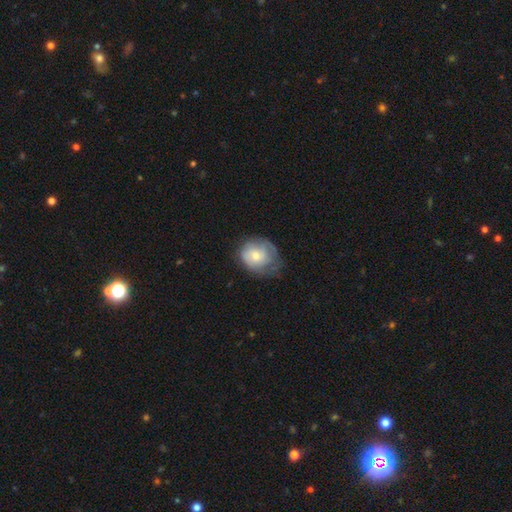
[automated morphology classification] Overall: smooth (53%; featured or disk 41%). How rounded: round (61%; in between 38%). Merging: none (45%; minor disturbance 34%).